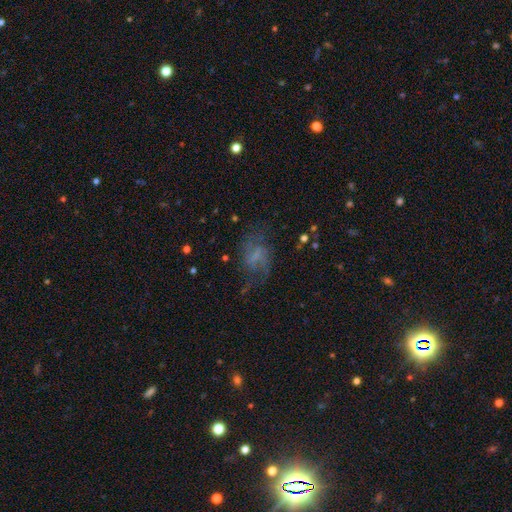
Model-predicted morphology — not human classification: Q: Smooth or featured?
A: featured or disk (62%); runner-up: smooth (25%)
Q: Edge-on disk?
A: no (96%); runner-up: yes (4%)
Q: Bar?
A: weak (49%); runner-up: no (34%)
Q: Spiral arms?
A: yes (82%); runner-up: no (18%)
Q: Bulge size?
A: none (54%); runner-up: small (26%)
Q: Merging?
A: none (58%); runner-up: major disturbance (20%)